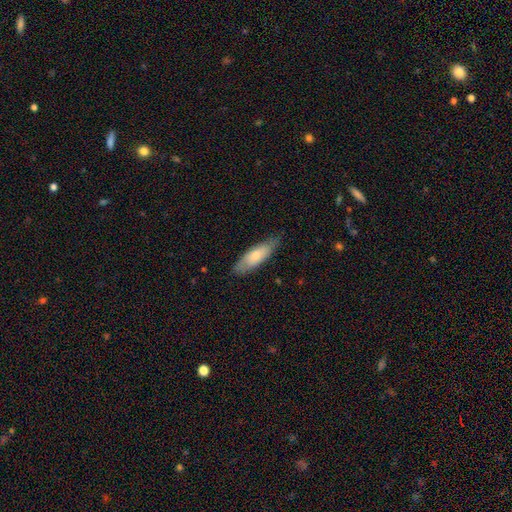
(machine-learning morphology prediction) Smooth or featured?
  - smooth: 70% *
  - featured or disk: 25%
  - star or artifact: 5%
How rounded?
  - in between: 56% *
  - cigar-shaped: 42%
  - round: 2%
Merging?
  - none: 73% *
  - minor disturbance: 22%
  - major disturbance: 4%
  - merger: 1%